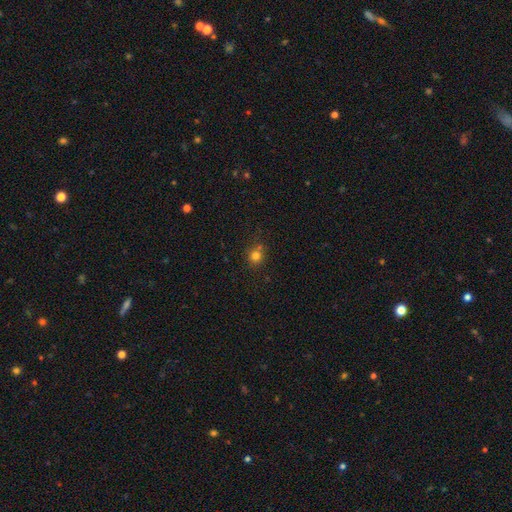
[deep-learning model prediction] Q: Smooth or featured?
A: smooth (77%); runner-up: star or artifact (16%)
Q: How rounded?
A: round (87%); runner-up: in between (12%)
Q: Merging?
A: none (72%); runner-up: minor disturbance (13%)